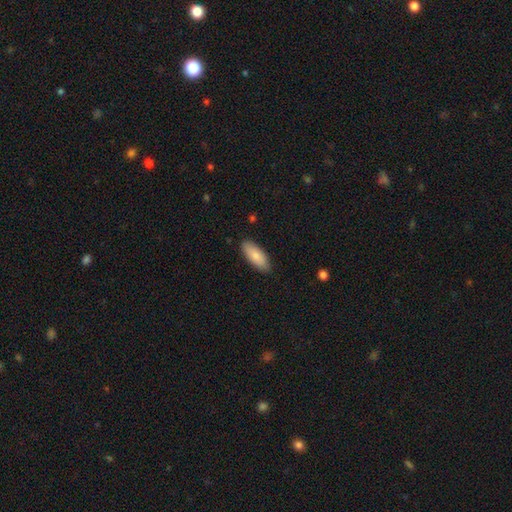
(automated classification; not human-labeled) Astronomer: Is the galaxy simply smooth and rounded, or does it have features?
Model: smooth — 82%.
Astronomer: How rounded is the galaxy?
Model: in between — 80%.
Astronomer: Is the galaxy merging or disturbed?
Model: none — 87%.